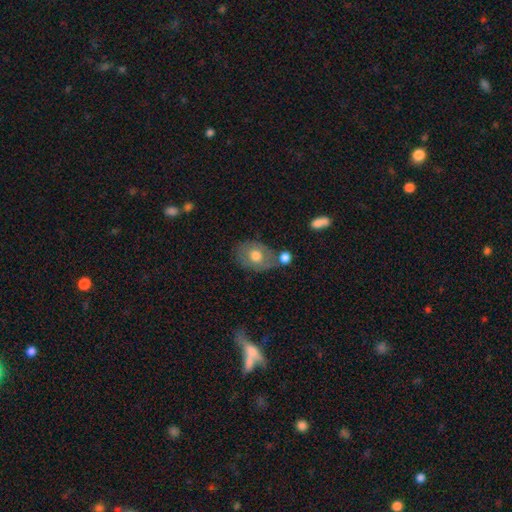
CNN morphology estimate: Smooth or featured? smooth (60%)
How rounded? in between (67%)
Merging? none (58%)